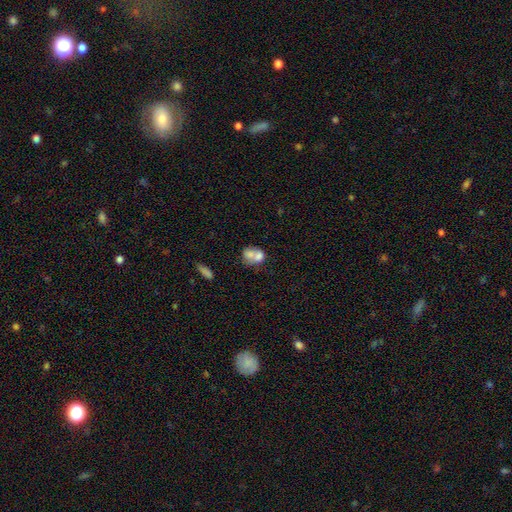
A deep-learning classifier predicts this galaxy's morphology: Smooth or featured?
  - smooth: 64% *
  - featured or disk: 26%
  - star or artifact: 9%
How rounded?
  - in between: 52% *
  - round: 47%
  - cigar-shaped: 1%
Merging?
  - merger: 60% *
  - none: 24%
  - minor disturbance: 10%
  - major disturbance: 7%